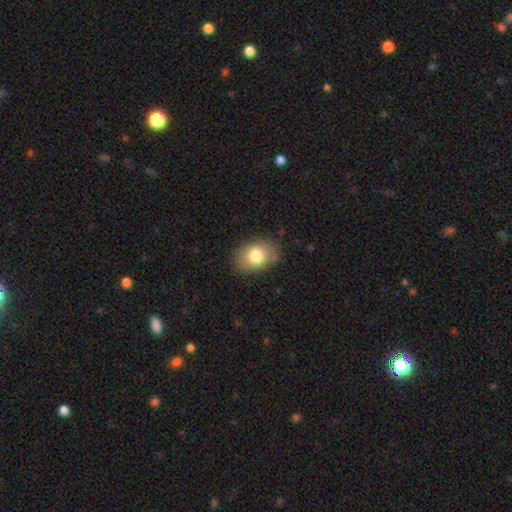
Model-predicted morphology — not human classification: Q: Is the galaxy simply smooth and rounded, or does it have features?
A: smooth — 79%.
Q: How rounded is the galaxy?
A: in between — 75%.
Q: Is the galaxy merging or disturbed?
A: none — 81%.